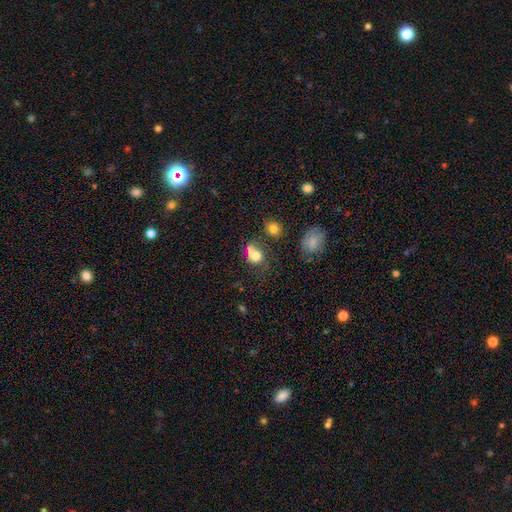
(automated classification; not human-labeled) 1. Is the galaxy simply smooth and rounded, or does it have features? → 72% smooth, 16% featured or disk, 12% star or artifact.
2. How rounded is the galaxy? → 63% round, 36% in between, 1% cigar-shaped.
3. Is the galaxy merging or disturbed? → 37% merger, 34% none, 16% minor disturbance, 13% major disturbance.